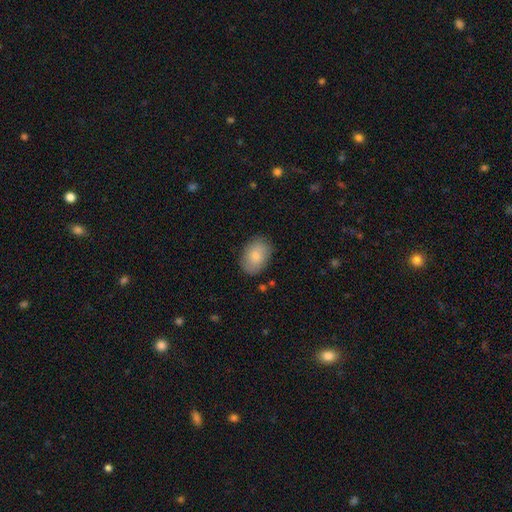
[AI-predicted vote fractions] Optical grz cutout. It shows a smooth galaxy with no disk features (81%) that is in between round and cigar-shaped (82%). Merging: none (82%).